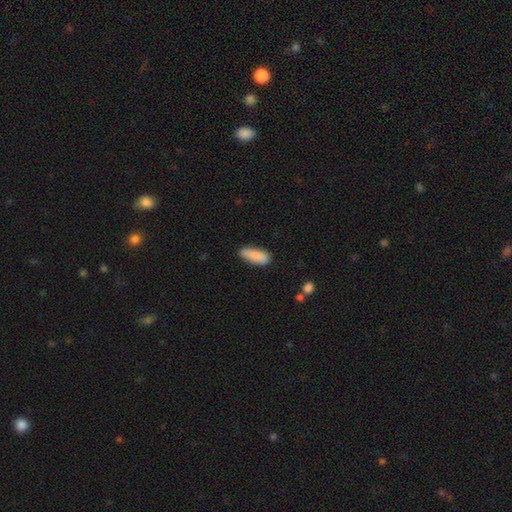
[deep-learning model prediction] This appears to be a smooth galaxy with no disk features (88%) that is in between round and cigar-shaped (70%). Merging: none (76%).